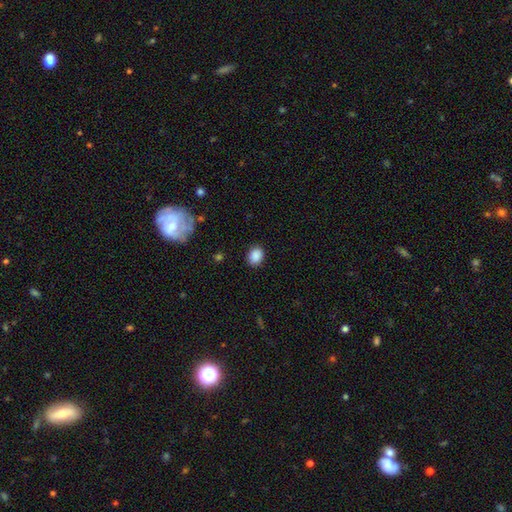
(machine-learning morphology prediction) This is clearly a smooth galaxy (88%). How rounded: possibly in between (56%). Merging: clearly none (87%).